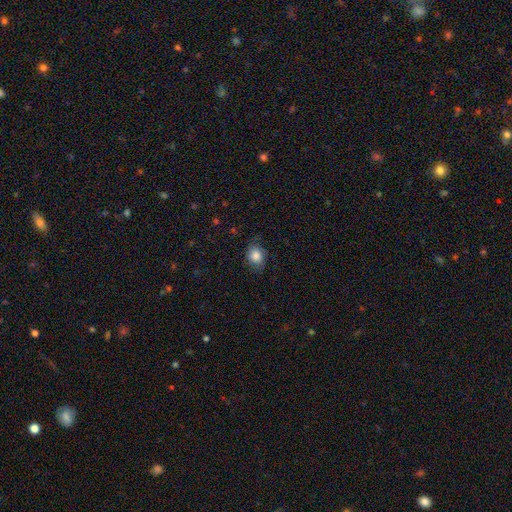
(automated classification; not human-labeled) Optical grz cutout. It shows a smooth galaxy with no disk features (83%) that is round (55%). Merging: none (77%).